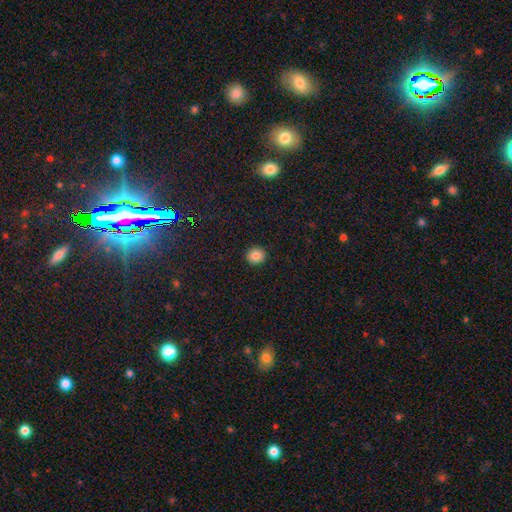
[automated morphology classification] Smooth or featured?
  - smooth: 85% *
  - star or artifact: 10%
  - featured or disk: 5%
How rounded?
  - round: 89% *
  - in between: 10%
  - cigar-shaped: 1%
Merging?
  - none: 92% *
  - minor disturbance: 5%
  - major disturbance: 2%
  - merger: 1%